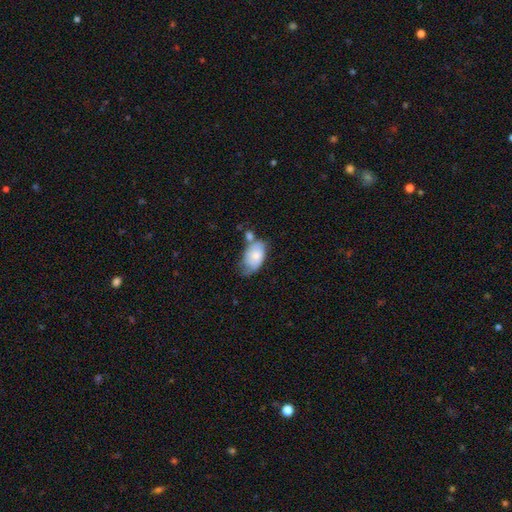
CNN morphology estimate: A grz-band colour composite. It shows a smooth galaxy with no disk features (69%) that is in between round and cigar-shaped (91%). Merging: none (32%).